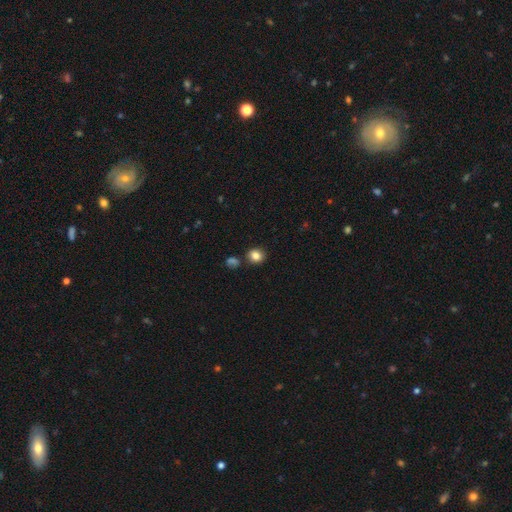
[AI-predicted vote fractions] This appears to be a smooth galaxy with no disk features (84%) that is round (73%). Merging: none (81%).